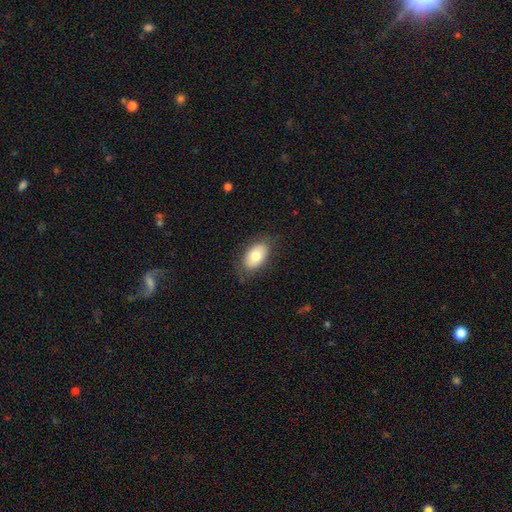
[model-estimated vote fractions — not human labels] Morphology: type=smooth (76%); roundness=in between (92%); merging=none (79%).